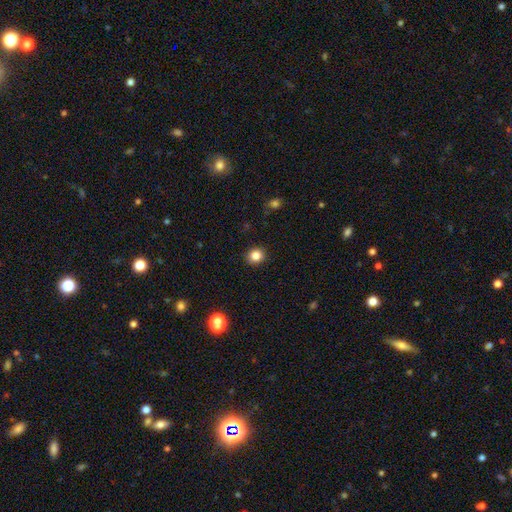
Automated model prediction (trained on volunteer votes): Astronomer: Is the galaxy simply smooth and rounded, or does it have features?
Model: smooth — 84%.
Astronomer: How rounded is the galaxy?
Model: round — 80%.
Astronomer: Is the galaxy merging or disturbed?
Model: none — 90%.